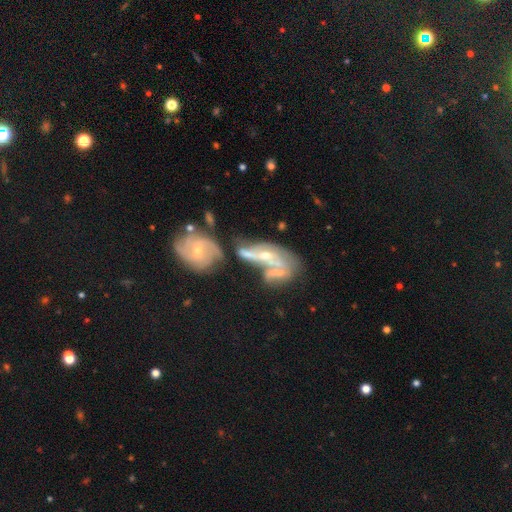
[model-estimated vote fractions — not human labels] A featured or disk galaxy (72%) with no bar (63%), spiral arms (65%) and a small central bulge (48%).

Vote fractions:
- Smooth or featured? featured or disk: 72% / smooth: 17% / star or artifact: 11%
- Edge-on disk? no: 91% / yes: 9%
- Bar? no: 63% / weak: 26% / strong: 11%
- Spiral arms? yes: 65% / no: 35%
- Bulge size? small: 48% / moderate: 44% / none: 5% / large: 2% / dominant: 1%
- Merging? merger: 58% / major disturbance: 16% / none: 15% / minor disturbance: 10%